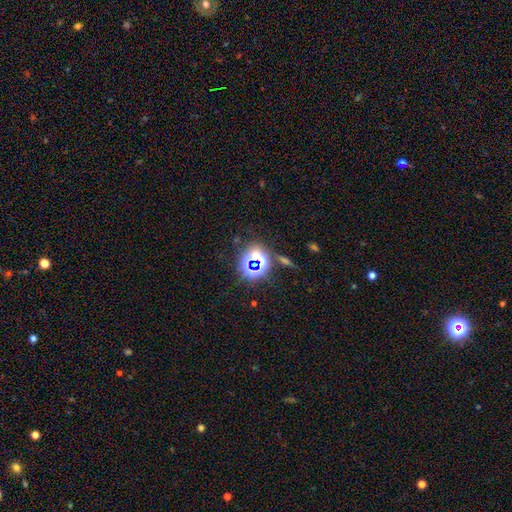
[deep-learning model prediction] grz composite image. It shows a star or artifact, not a galaxy (66%).